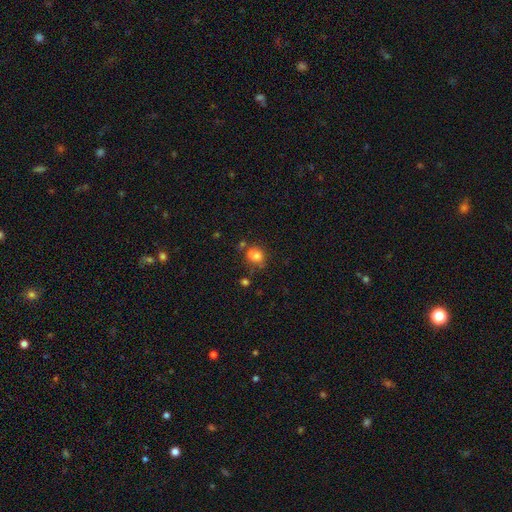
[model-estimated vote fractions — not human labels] A smooth galaxy with no disk features (75%) that is round (66%).

Vote fractions:
- Smooth or featured? smooth: 75% / featured or disk: 13% / star or artifact: 12%
- How rounded? round: 66% / in between: 33% / cigar-shaped: 1%
- Merging? none: 51% / minor disturbance: 21% / merger: 19% / major disturbance: 8%